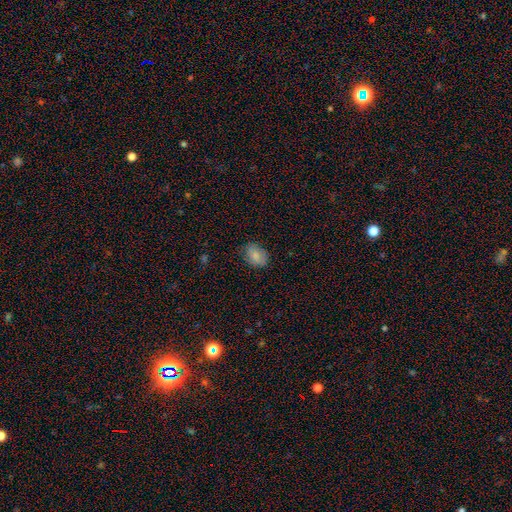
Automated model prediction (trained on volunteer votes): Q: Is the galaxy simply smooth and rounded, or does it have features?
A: smooth — 82%.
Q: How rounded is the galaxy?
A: in between — 70%.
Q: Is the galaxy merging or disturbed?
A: none — 76%.